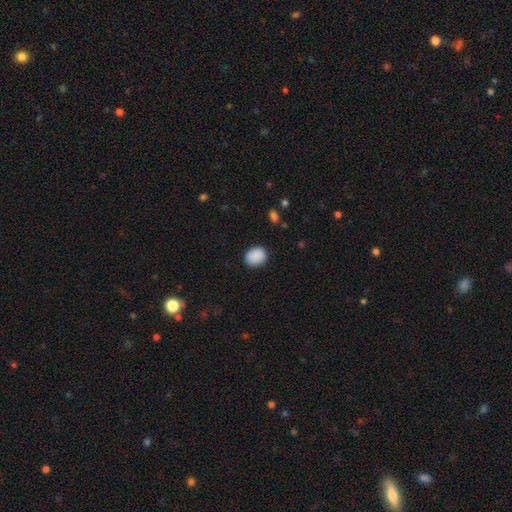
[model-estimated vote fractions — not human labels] Smooth or featured: smooth — 90% (star or artifact — 7%)
How rounded: round — 53% (in between — 46%)
Merging: none — 86% (minor disturbance — 11%)